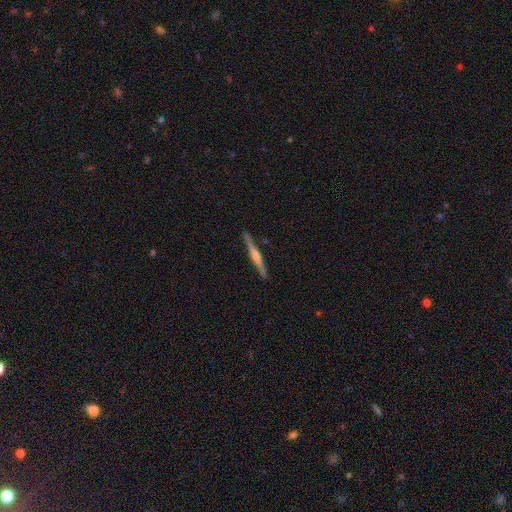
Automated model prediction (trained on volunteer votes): featured or disk 74%, smooth 21%, star or artifact 5%. Down the decision tree: edge-on disk — yes (98%); edge-on bulge — rounded (70%); merging — none (91%).